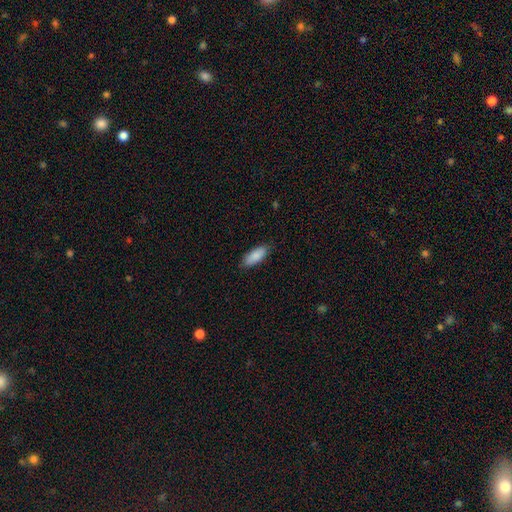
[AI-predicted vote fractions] Smooth or featured: smooth — 88% (featured or disk — 7%)
How rounded: in between — 77% (cigar-shaped — 22%)
Merging: none — 85% (minor disturbance — 12%)